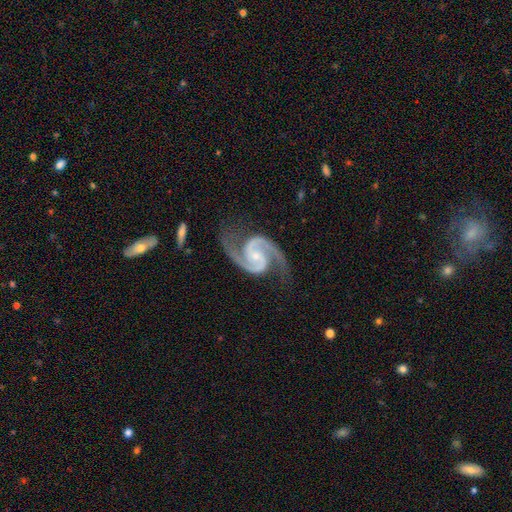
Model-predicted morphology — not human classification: The model was most divided on "bar": no: 51%, weak: 35%, strong: 13%. More confident: spiral arms — yes (99%); edge-on disk — no (98%); smooth or featured — featured or disk (95%); spiral arm count — 2 (95%); merging — none (76%); bulge size — small (67%); spiral winding — medium (67%).